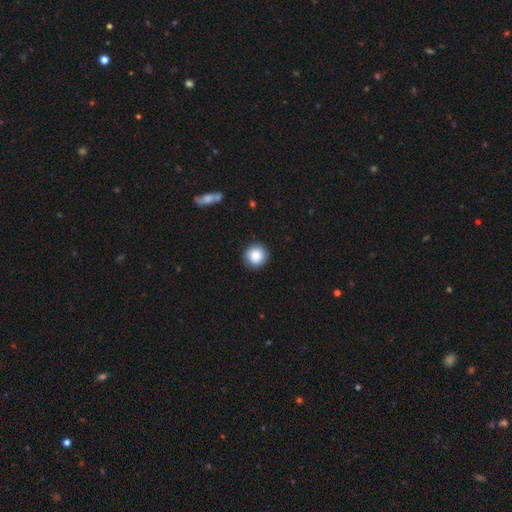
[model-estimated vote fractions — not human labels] smooth-or-featured: smooth: 85% | star or artifact: 8% | featured or disk: 7%
  how-rounded: round: 94% | in between: 5% | cigar-shaped: 1%
  merging: none: 88% | minor disturbance: 9% | major disturbance: 2% | merger: 1%